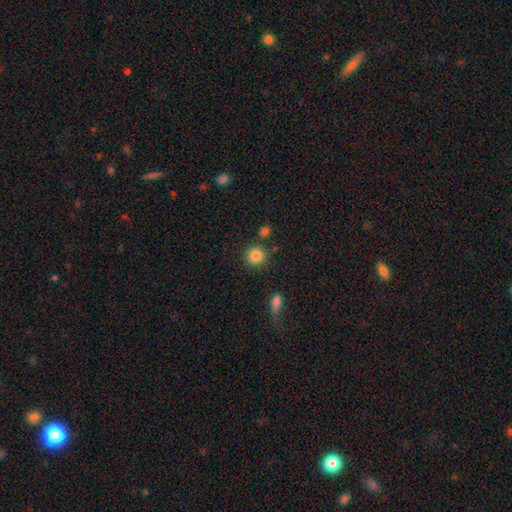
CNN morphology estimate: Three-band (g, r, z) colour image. It shows a smooth galaxy with no disk features (85%) that is round (91%). Merging: none (82%).